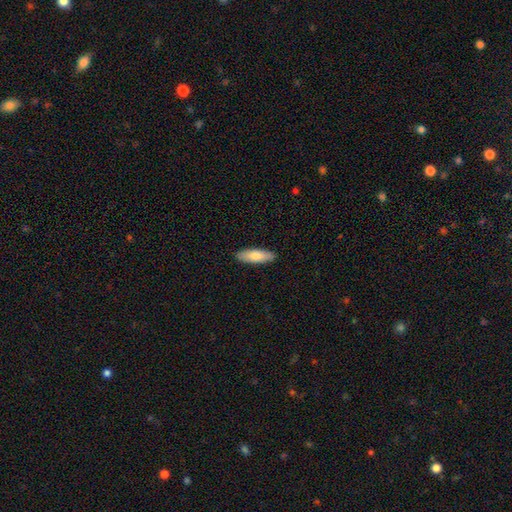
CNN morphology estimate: smooth-or-featured: smooth: 78% | featured or disk: 17% | star or artifact: 5%
  how-rounded: in between: 56% | cigar-shaped: 42% | round: 2%
  merging: none: 90% | minor disturbance: 7% | major disturbance: 1% | merger: 1%